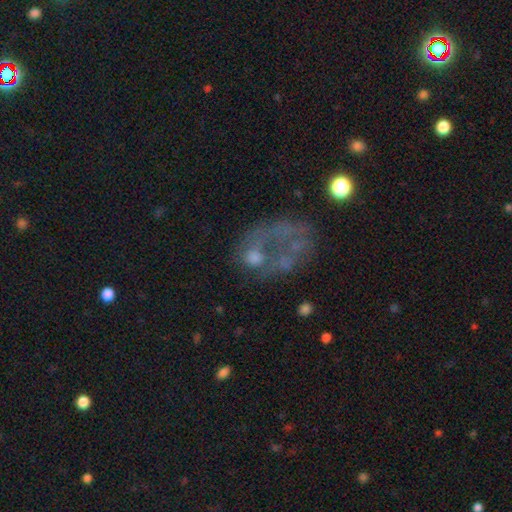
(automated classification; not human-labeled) This appears to be a featured or disk galaxy (49%). Merging: major disturbance (48%).